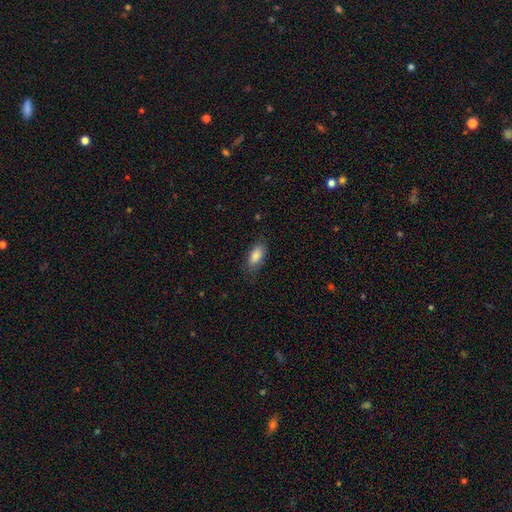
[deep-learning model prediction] Morphology: type=smooth (86%); roundness=in between (88%); merging=none (81%).